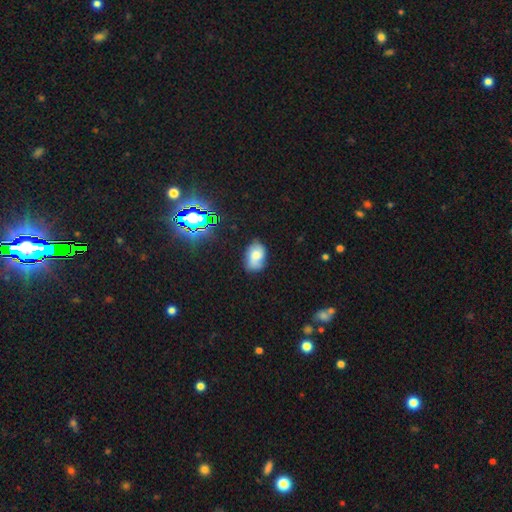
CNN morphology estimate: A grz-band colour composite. It shows a smooth galaxy with no disk features (56%) that is in between round and cigar-shaped (83%). Merging: none (64%).